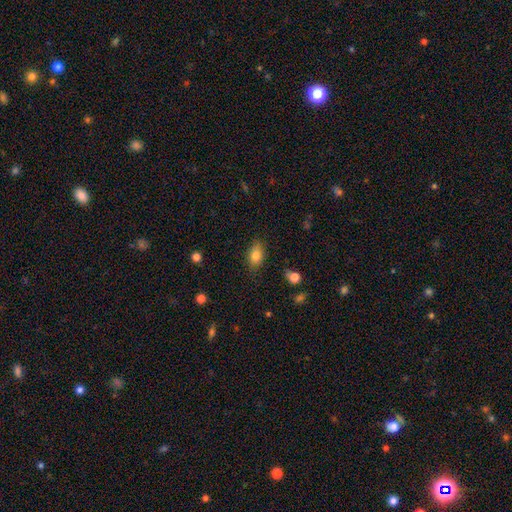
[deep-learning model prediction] smooth_or_featured: smooth (p=0.79) [alt: featured or disk p=0.12]
how_rounded: in between (p=0.84) [alt: round p=0.12]
merging: none (p=0.81) [alt: minor disturbance p=0.15]